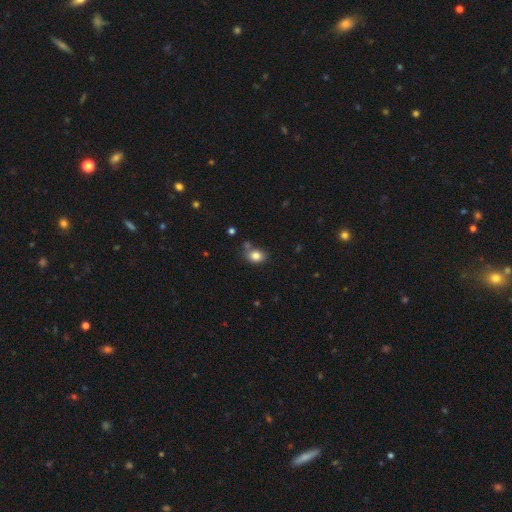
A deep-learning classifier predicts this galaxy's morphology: smooth-or-featured: smooth: 82% | star or artifact: 10% | featured or disk: 7%
  how-rounded: in between: 63% | round: 36% | cigar-shaped: 1%
  merging: none: 67% | minor disturbance: 17% | merger: 12% | major disturbance: 4%